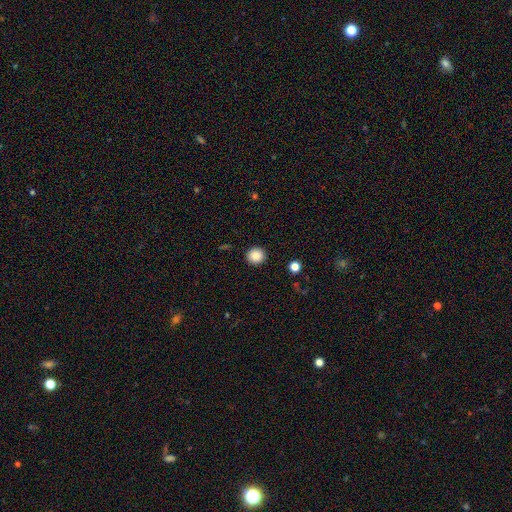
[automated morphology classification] Smooth or featured? smooth (87%)
How rounded? round (93%)
Merging? none (92%)